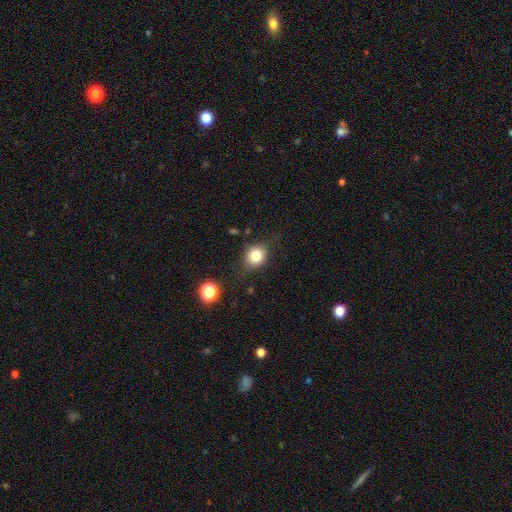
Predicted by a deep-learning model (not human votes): Morphology: type=smooth (80%); roundness=round (68%); merging=none (78%).